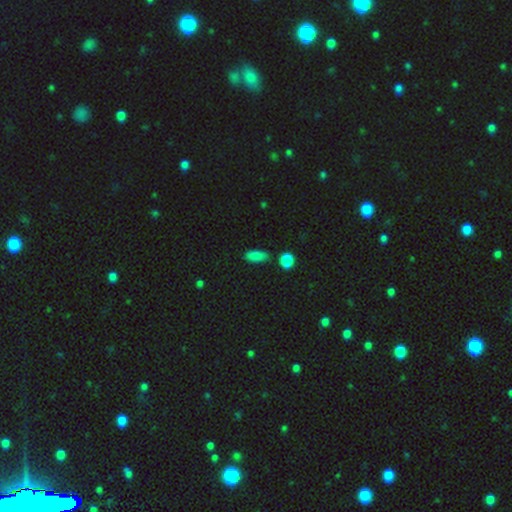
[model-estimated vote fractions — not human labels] Q: Smooth or featured?
A: smooth (84%); runner-up: star or artifact (11%)
Q: How rounded?
A: in between (82%); runner-up: cigar-shaped (13%)
Q: Merging?
A: none (76%); runner-up: minor disturbance (15%)